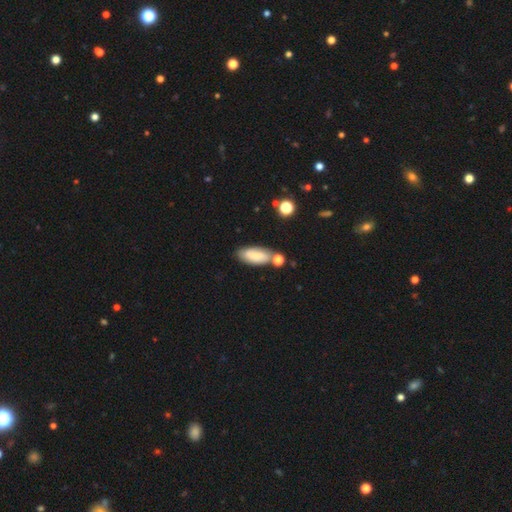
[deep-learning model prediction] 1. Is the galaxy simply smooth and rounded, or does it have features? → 77% smooth, 16% featured or disk, 8% star or artifact.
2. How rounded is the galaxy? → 82% in between, 16% cigar-shaped, 2% round.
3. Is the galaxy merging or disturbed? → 63% none, 17% minor disturbance, 16% merger, 5% major disturbance.